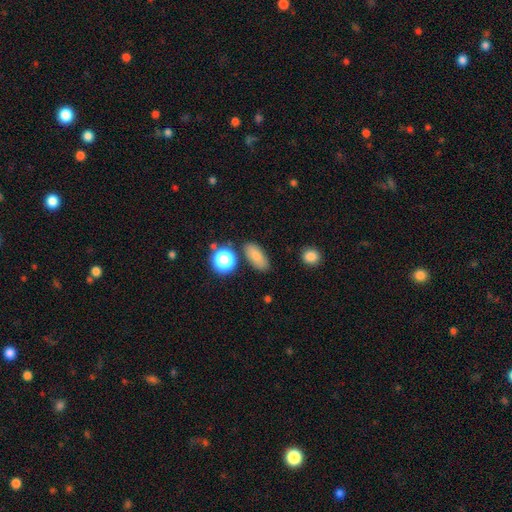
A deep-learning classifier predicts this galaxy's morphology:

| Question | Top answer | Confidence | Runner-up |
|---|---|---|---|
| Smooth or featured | smooth | 80% | star or artifact (11%) |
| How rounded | in between | 80% | cigar-shaped (11%) |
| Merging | none | 81% | minor disturbance (11%) |